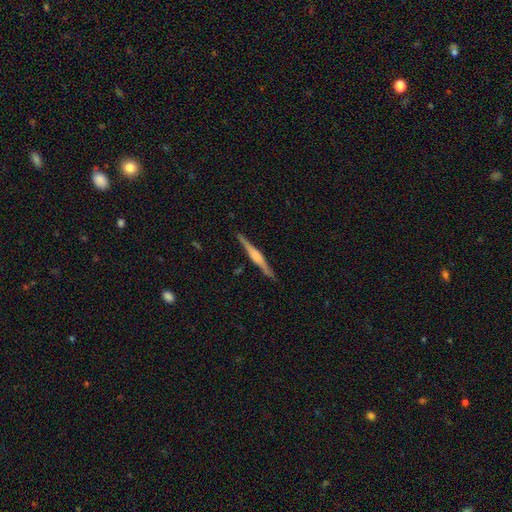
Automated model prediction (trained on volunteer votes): Smooth or featured? Predicted: featured or disk (p=0.74). Edge-on disk? Predicted: yes (p=0.98). Edge-on bulge? Predicted: rounded (p=0.48). Merging? Predicted: none (p=0.90).